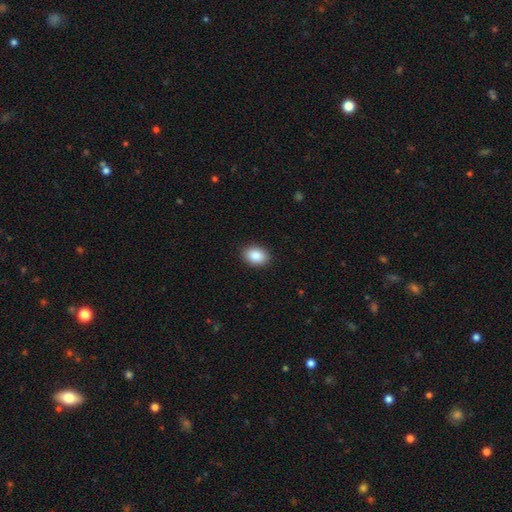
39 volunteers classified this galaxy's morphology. Overall: smooth (92%). How rounded: in between (92%). Merging: none (92%).